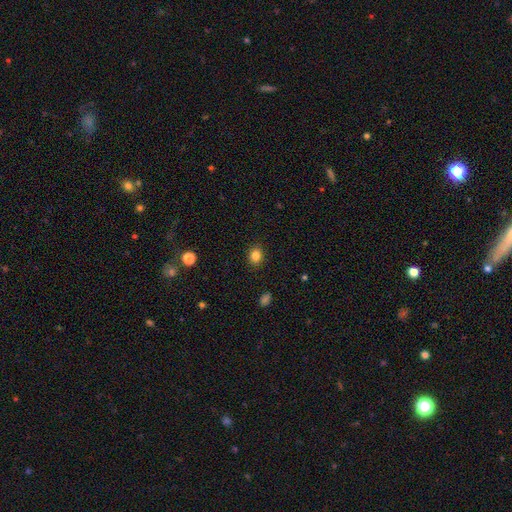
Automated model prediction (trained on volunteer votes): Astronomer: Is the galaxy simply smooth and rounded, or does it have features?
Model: smooth — 84%.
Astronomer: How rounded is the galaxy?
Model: round — 57% (runner-up: in between, 42%).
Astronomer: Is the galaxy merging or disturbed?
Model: none — 89%.